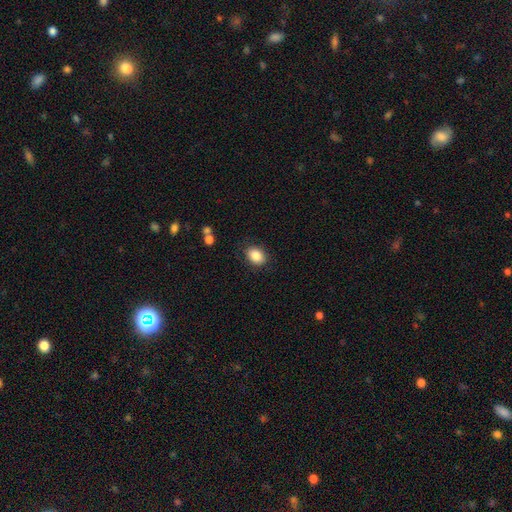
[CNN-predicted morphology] This is clearly a smooth galaxy (87%). How rounded: likely in between (69%). Merging: clearly none (86%).